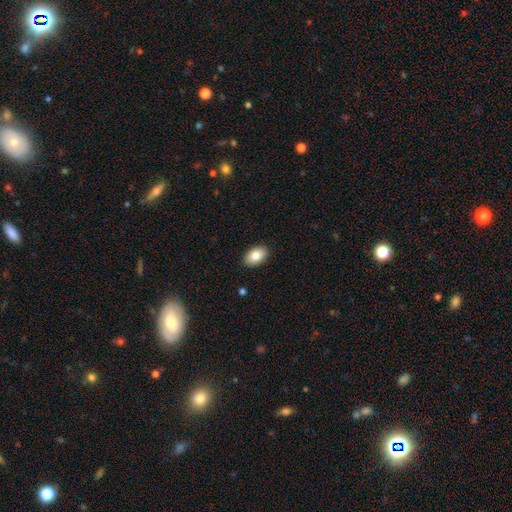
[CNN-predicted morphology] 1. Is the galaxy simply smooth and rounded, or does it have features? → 84% smooth, 9% featured or disk, 7% star or artifact.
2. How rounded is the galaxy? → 92% in between, 7% round, 1% cigar-shaped.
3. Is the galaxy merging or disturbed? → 90% none, 8% minor disturbance, 2% major disturbance, 1% merger.